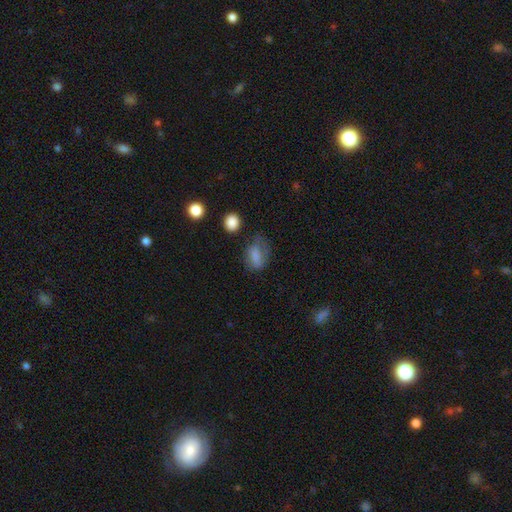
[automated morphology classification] Q: Smooth or featured?
A: smooth (75%); runner-up: featured or disk (15%)
Q: How rounded?
A: in between (77%); runner-up: round (19%)
Q: Merging?
A: none (46%); runner-up: minor disturbance (30%)